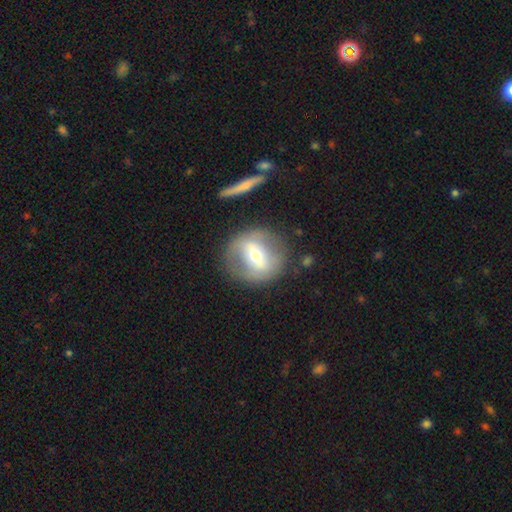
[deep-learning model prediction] A featured or disk galaxy (56%).

Vote fractions:
- Smooth or featured? featured or disk: 56% / smooth: 36% / star or artifact: 7%
- Edge-on disk? no: 89% / yes: 11%
- Merging? none: 76% / minor disturbance: 14% / major disturbance: 7% / merger: 3%